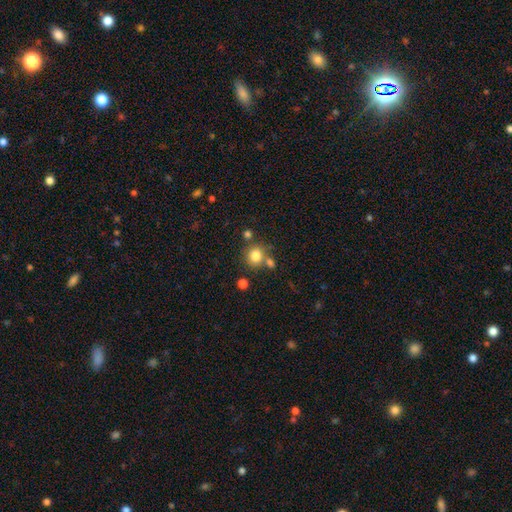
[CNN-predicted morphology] This appears to be a smooth galaxy with no disk features (81%) that is round (84%). Merging: none (67%).